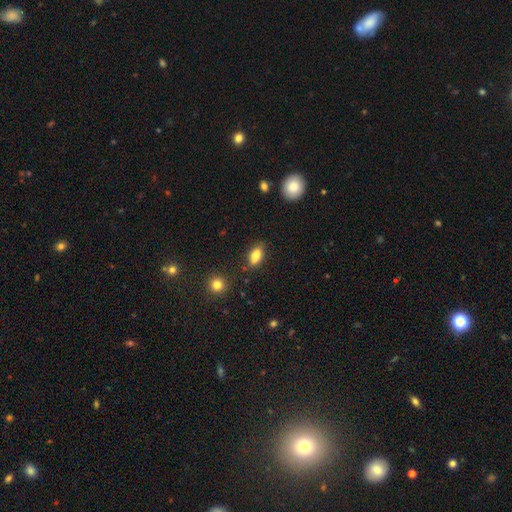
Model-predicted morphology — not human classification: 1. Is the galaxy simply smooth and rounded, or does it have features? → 84% smooth, 8% featured or disk, 8% star or artifact.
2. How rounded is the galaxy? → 86% in between, 9% cigar-shaped, 4% round.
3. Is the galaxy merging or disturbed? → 80% none, 14% minor disturbance, 3% major disturbance, 3% merger.